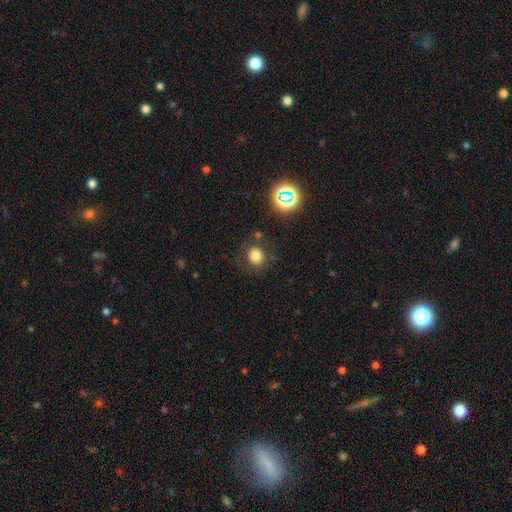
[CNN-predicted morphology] Smooth or featured? smooth (76%)
How rounded? round (81%)
Merging? none (80%)